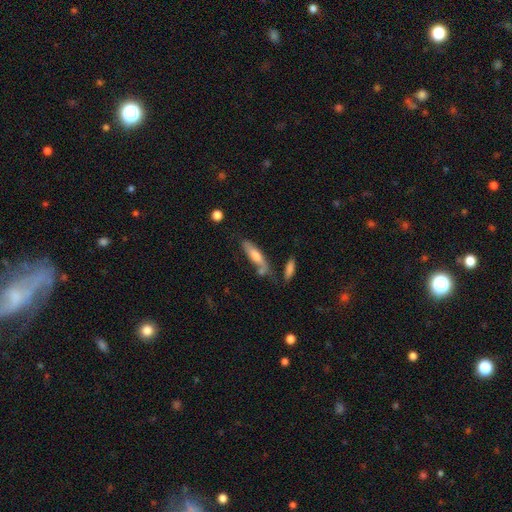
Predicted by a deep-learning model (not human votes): The model was most divided on "smooth or featured": smooth: 54%, featured or disk: 39%, star or artifact: 7%. More confident: how rounded — cigar-shaped (67%); merging — none (61%).